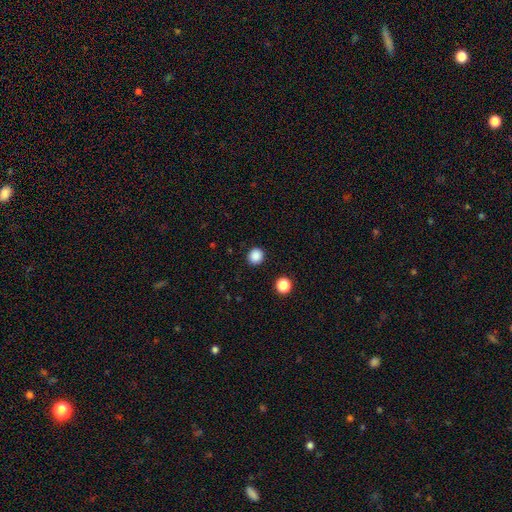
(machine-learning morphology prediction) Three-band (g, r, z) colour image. It shows a smooth galaxy with no disk features (87%) that is round (88%). Merging: none (91%).